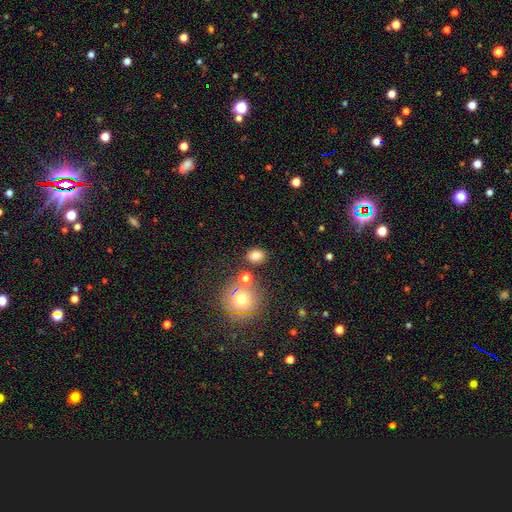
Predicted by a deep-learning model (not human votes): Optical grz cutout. It shows a smooth galaxy with no disk features (80%) that is in between round and cigar-shaped (52%). Merging: none (75%).